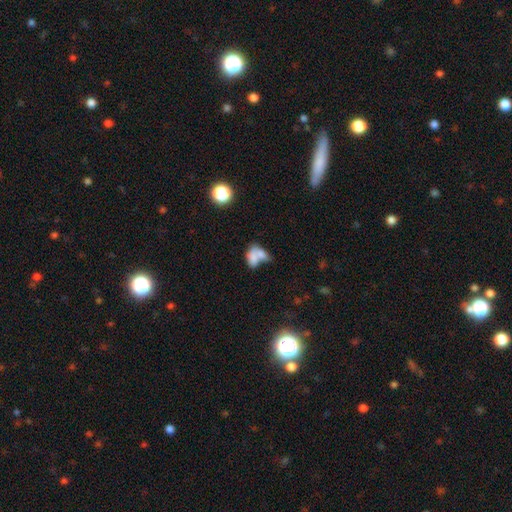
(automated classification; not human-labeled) A smooth galaxy with no disk features (70%) that is in between round and cigar-shaped (82%).

Vote fractions:
- Smooth or featured? smooth: 70% / featured or disk: 20% / star or artifact: 10%
- How rounded? in between: 82% / round: 15% / cigar-shaped: 3%
- Merging? merger: 65% / none: 18% / minor disturbance: 9% / major disturbance: 8%